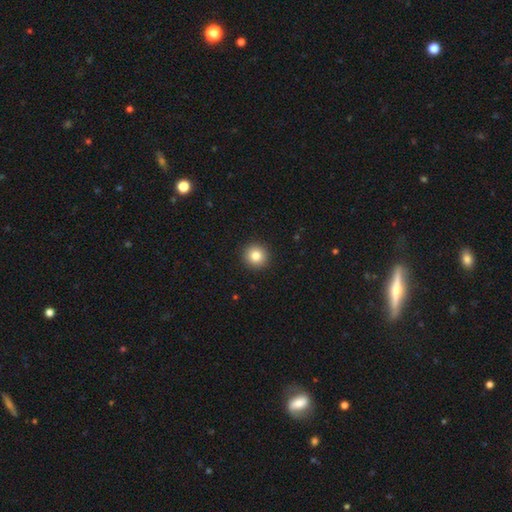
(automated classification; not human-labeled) Overall: smooth (83%). How rounded: round (94%). Merging: none (93%).